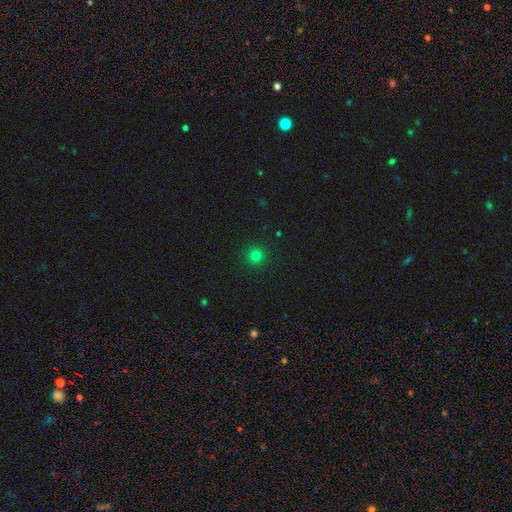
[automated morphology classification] This is likely a smooth galaxy (79%). How rounded: clearly round (95%). Merging: clearly none (93%).